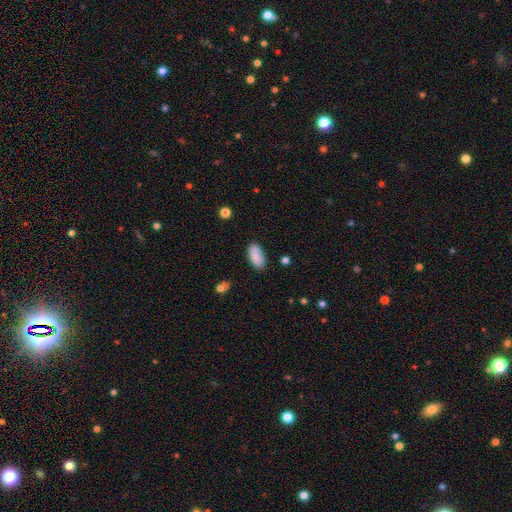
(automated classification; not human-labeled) This is clearly a smooth galaxy (84%). How rounded: clearly in between (94%). Merging: clearly none (82%).